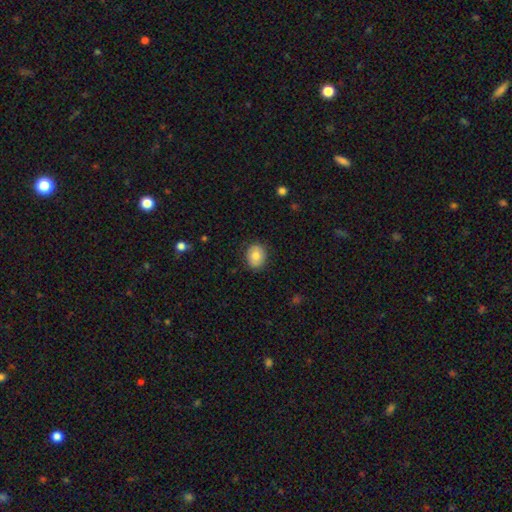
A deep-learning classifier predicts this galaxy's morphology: Q: Smooth or featured?
A: smooth (80%); runner-up: featured or disk (12%)
Q: How rounded?
A: in between (50%); runner-up: round (49%)
Q: Merging?
A: none (86%); runner-up: minor disturbance (11%)